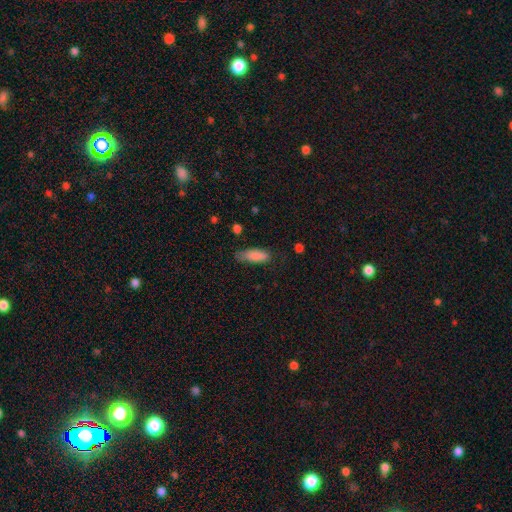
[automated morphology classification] This appears to be a smooth galaxy with no disk features (85%) that is in between round and cigar-shaped (63%). Merging: none (63%).